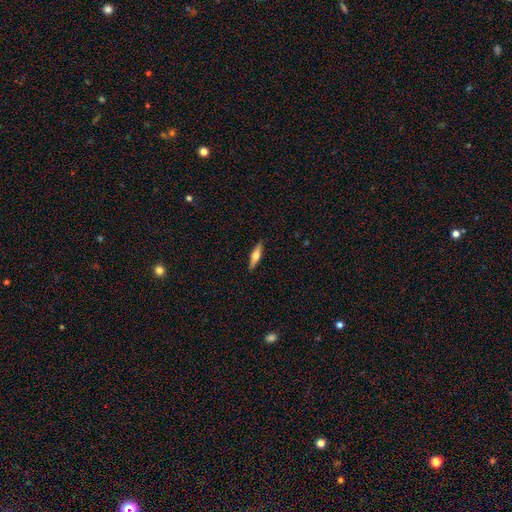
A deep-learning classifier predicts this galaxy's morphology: This is possibly a featured or disk galaxy (50%). It is clearly viewed edge-on (94%). Merging: clearly none (90%).